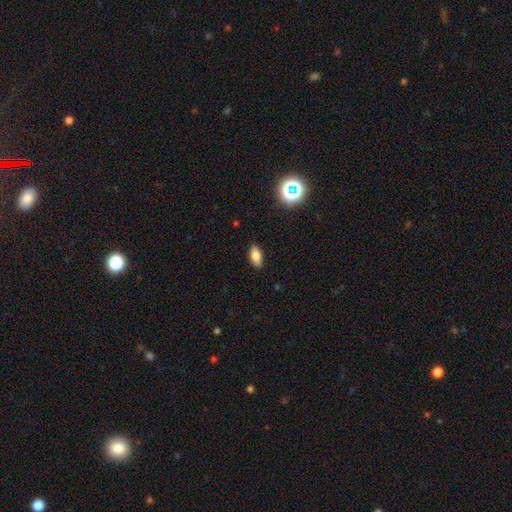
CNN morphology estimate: Smooth or featured? Predicted: smooth (p=0.79). How rounded? Predicted: in between (p=0.83). Merging? Predicted: none (p=0.88).